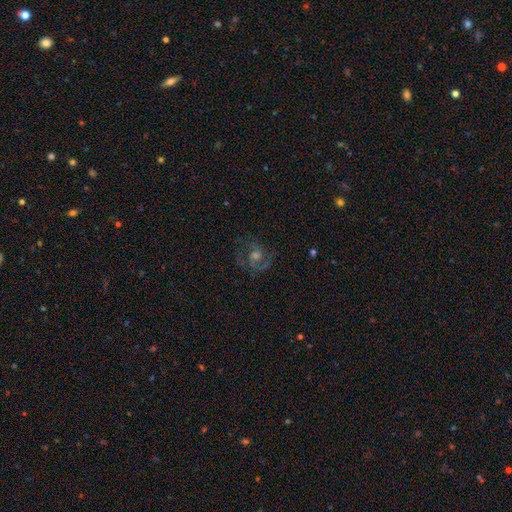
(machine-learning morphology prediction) This is likely a featured or disk galaxy (71%). It is clearly not viewed edge-on (97%). Bar: possibly no (59%). Spiral arm pattern: clearly yes (91%). Spiral arm count: likely 2 (63%). Spiral winding: possibly medium (52%). Central bulge: possibly moderate (56%). Merging: likely none (74%).